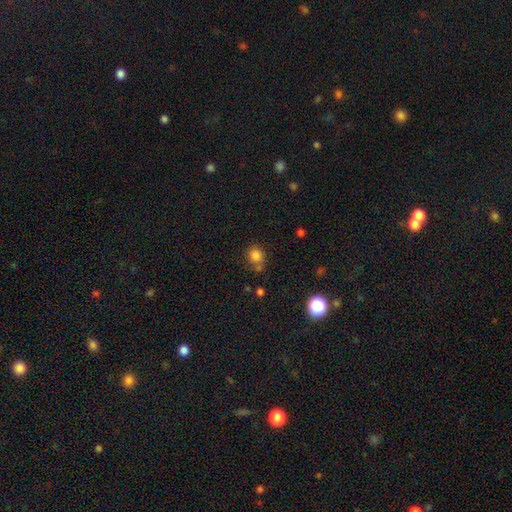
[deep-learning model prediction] This appears to be a smooth galaxy with no disk features (81%) that is round (75%). Merging: none (64%).